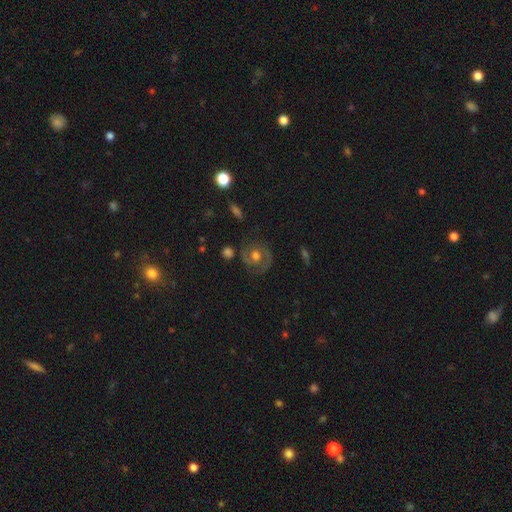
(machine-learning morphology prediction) This appears to be a featured or disk galaxy (71%) with no bar (66%), 2 (81%) medium (45%) spiral arms (88%) and a moderate central bulge (68%). Merging: none (75%).